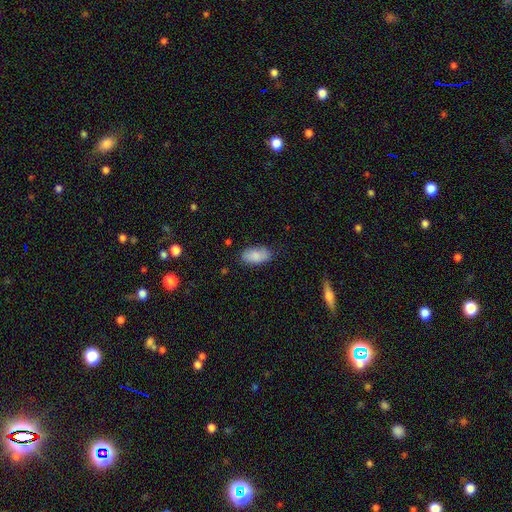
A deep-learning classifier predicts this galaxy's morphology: Q: Smooth or featured?
A: smooth (86%); runner-up: featured or disk (7%)
Q: How rounded?
A: in between (93%); runner-up: cigar-shaped (4%)
Q: Merging?
A: none (77%); runner-up: minor disturbance (18%)